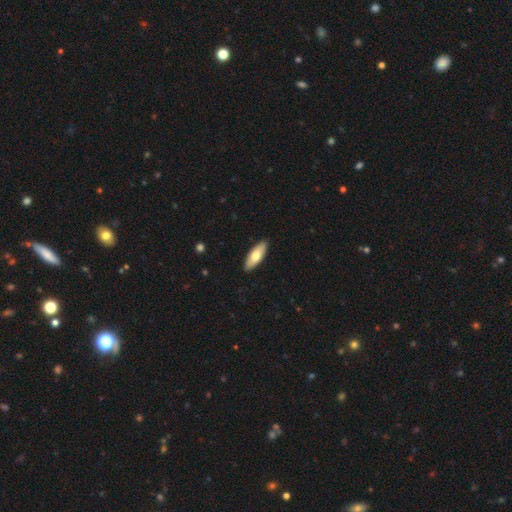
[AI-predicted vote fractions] Smooth or featured? smooth (67%)
How rounded? in between (67%)
Merging? none (90%)